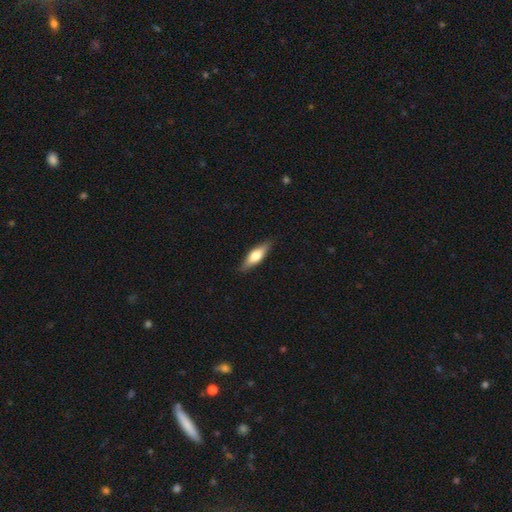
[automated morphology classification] Smooth or featured? Predicted: smooth (p=0.56). How rounded? Predicted: in between (p=0.49). Merging? Predicted: none (p=0.87).